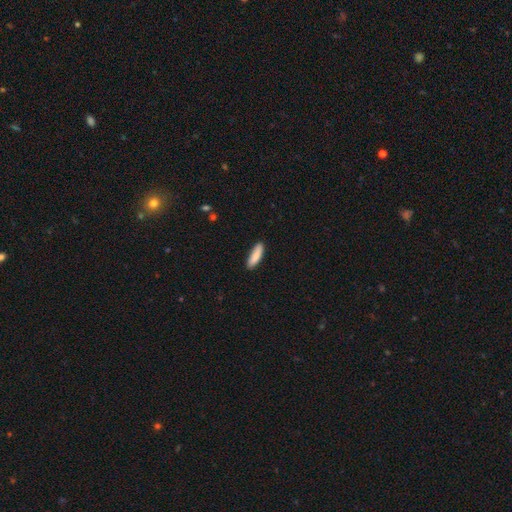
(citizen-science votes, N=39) A smooth galaxy with no disk features (90%) that is cigar-shaped (69%). Merging: none (78%).